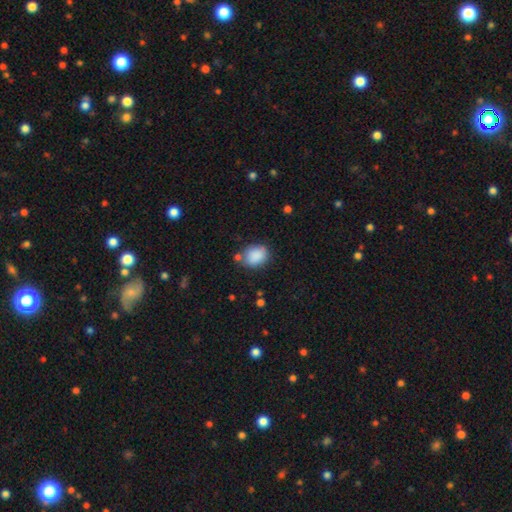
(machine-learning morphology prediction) type=smooth (88%); roundness=in between (56%); merging=none (70%).